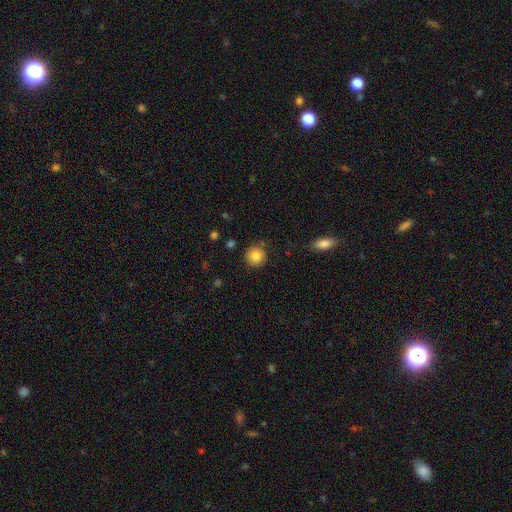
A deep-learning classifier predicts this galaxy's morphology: The model was most divided on "merging": none: 85%, minor disturbance: 10%, major disturbance: 3%, merger: 2%. More confident: how rounded — round (92%); smooth or featured — smooth (85%).